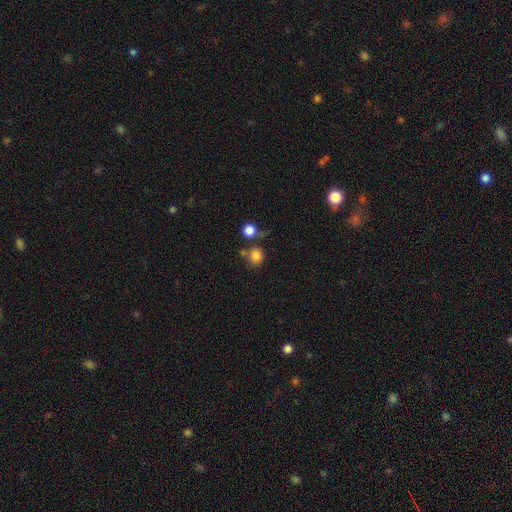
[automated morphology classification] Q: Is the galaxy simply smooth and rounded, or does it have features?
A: smooth — 83%.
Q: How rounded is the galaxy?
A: round — 85%.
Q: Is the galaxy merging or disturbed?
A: none — 64%.